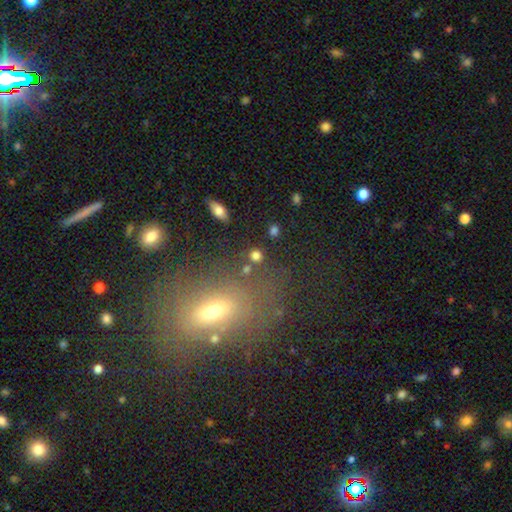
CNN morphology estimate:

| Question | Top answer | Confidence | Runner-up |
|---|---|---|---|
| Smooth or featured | smooth | 79% | star or artifact (14%) |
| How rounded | round | 85% | in between (13%) |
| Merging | none | 82% | minor disturbance (8%) |